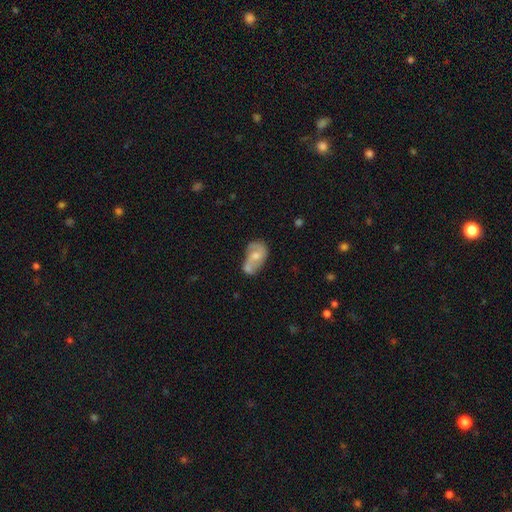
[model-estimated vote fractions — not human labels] A featured or disk galaxy (52%) with no bar (65%), spiral arms (64%) and a moderate central bulge (55%). Merging: merger (40%).